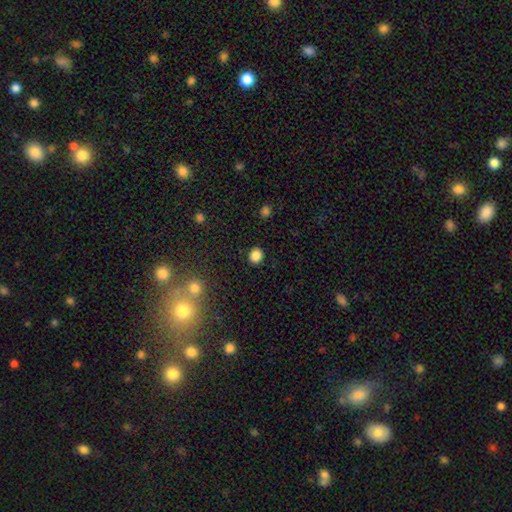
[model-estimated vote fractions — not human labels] This appears to be a smooth galaxy with no disk features (86%) that is round (73%). Merging: none (90%).